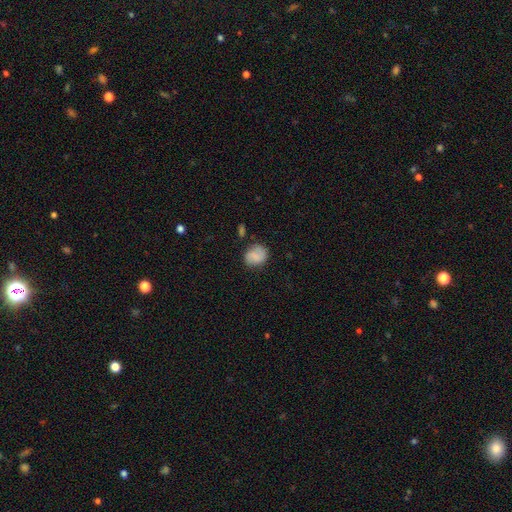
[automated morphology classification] Q: Smooth or featured?
A: smooth (69%); runner-up: featured or disk (22%)
Q: How rounded?
A: round (65%); runner-up: in between (34%)
Q: Merging?
A: none (73%); runner-up: minor disturbance (18%)